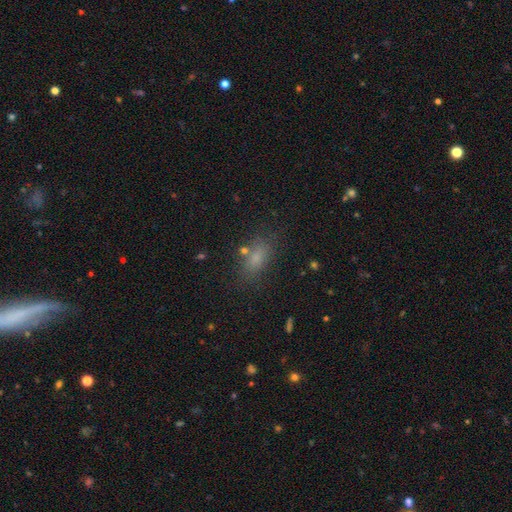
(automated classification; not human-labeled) smooth_or_featured: smooth (p=0.71) [alt: star or artifact p=0.20]
how_rounded: in between (p=0.77) [alt: round p=0.12]
merging: none (p=0.75) [alt: minor disturbance p=0.13]